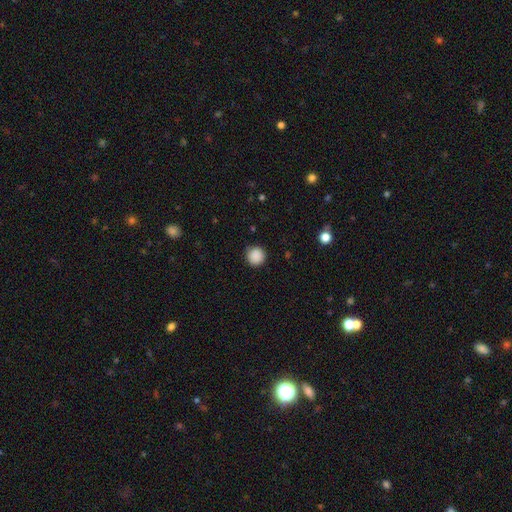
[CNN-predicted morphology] Smooth or featured? smooth (88%)
How rounded? round (95%)
Merging? none (90%)